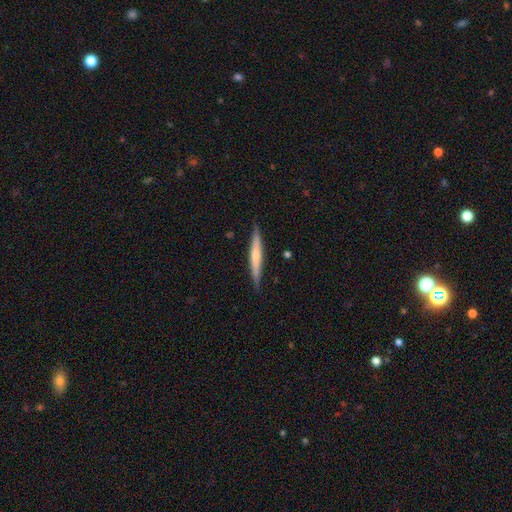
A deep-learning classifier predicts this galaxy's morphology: type=smooth (50%); merging=none (86%).